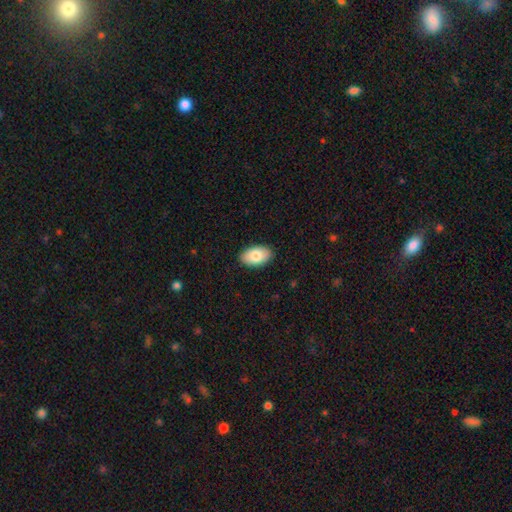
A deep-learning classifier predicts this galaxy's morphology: Q: Smooth or featured?
A: smooth (82%); runner-up: featured or disk (12%)
Q: How rounded?
A: in between (94%); runner-up: round (5%)
Q: Merging?
A: none (89%); runner-up: minor disturbance (8%)